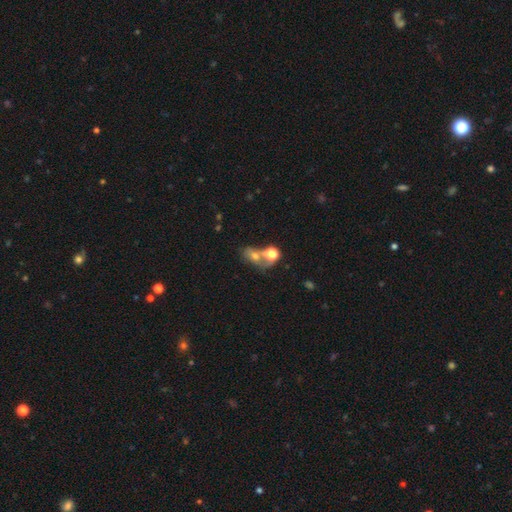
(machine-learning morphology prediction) A smooth galaxy with no disk features (56%) that is in between round and cigar-shaped (53%). Merging: merger (52%).